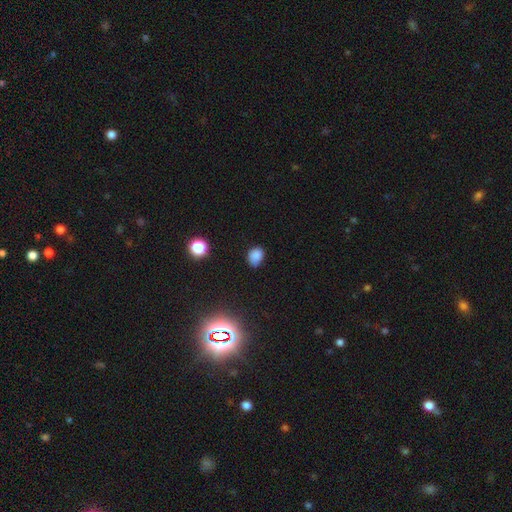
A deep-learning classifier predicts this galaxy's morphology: Smooth or featured? smooth (81%)
How rounded? in between (58%)
Merging? none (71%)